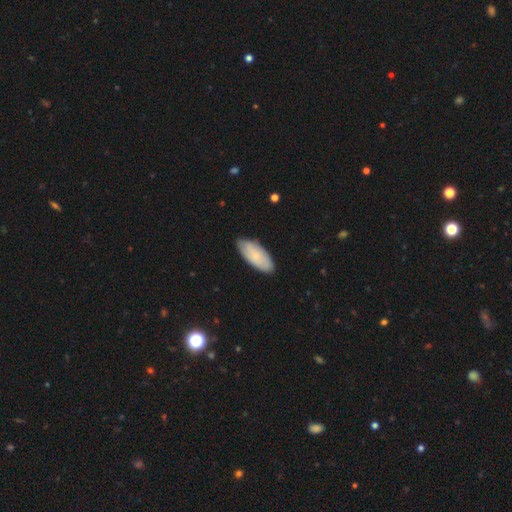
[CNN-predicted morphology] Overall: smooth (75%). How rounded: in between (88%). Merging: none (84%).